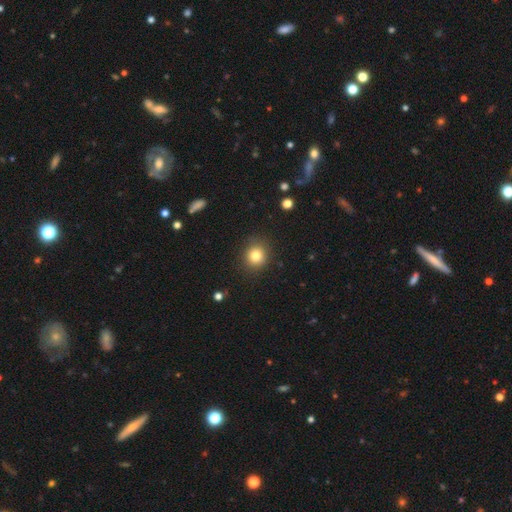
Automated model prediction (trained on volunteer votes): Q: Smooth or featured?
A: smooth (81%); runner-up: star or artifact (12%)
Q: How rounded?
A: round (83%); runner-up: in between (16%)
Q: Merging?
A: none (87%); runner-up: minor disturbance (9%)